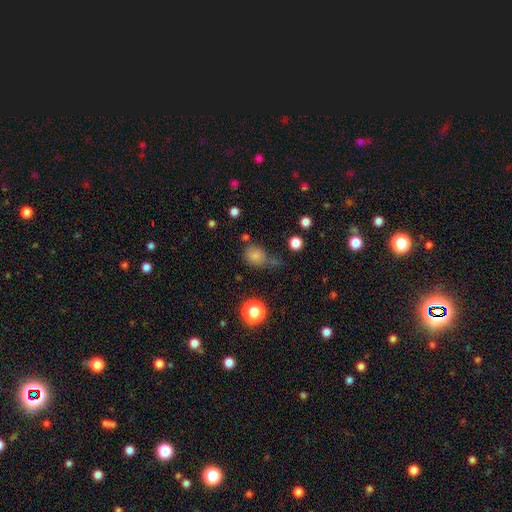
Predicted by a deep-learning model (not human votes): Smooth or featured? Predicted: smooth (p=0.78). How rounded? Predicted: round (p=0.63). Merging? Predicted: none (p=0.50).